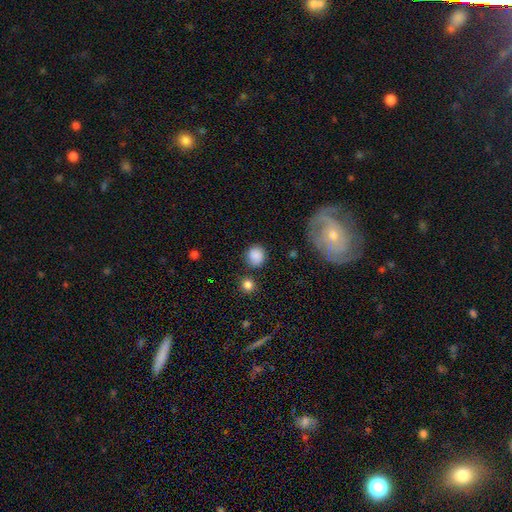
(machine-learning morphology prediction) Smooth or featured? smooth (84%)
How rounded? round (83%)
Merging? none (80%)